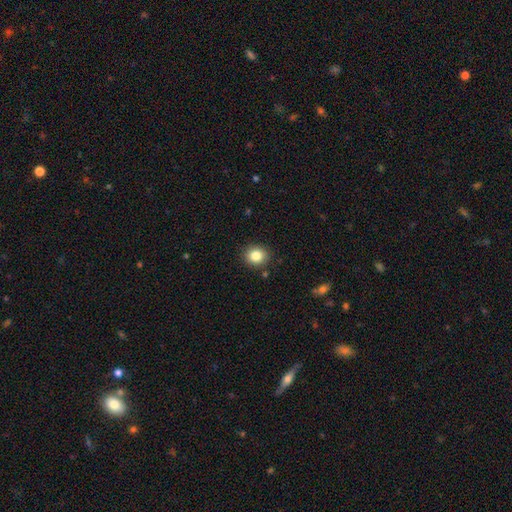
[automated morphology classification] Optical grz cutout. It shows a smooth galaxy with no disk features (83%) that is round (75%). Merging: none (89%).